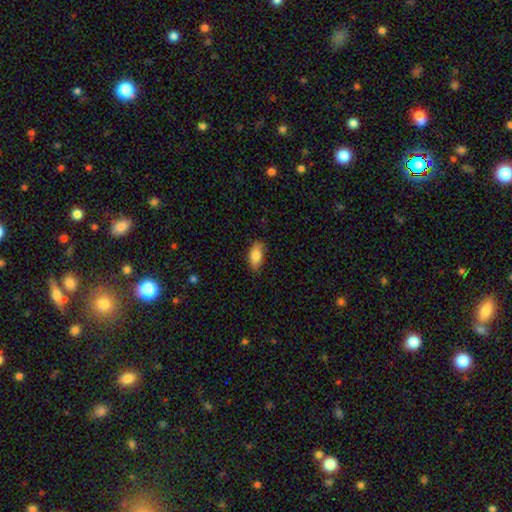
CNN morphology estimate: Smooth or featured? smooth (83%)
How rounded? in between (89%)
Merging? none (78%)